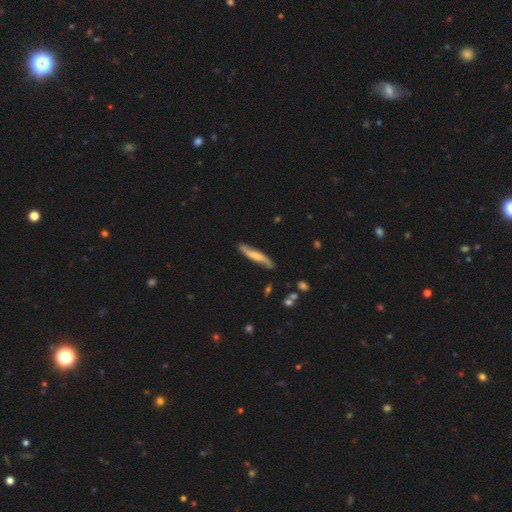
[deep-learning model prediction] smooth_or_featured: featured or disk (p=0.59) [alt: smooth p=0.36]
disk_edge_on: no (p=0.58) [alt: yes p=0.42]
merging: none (p=0.80) [alt: minor disturbance p=0.15]